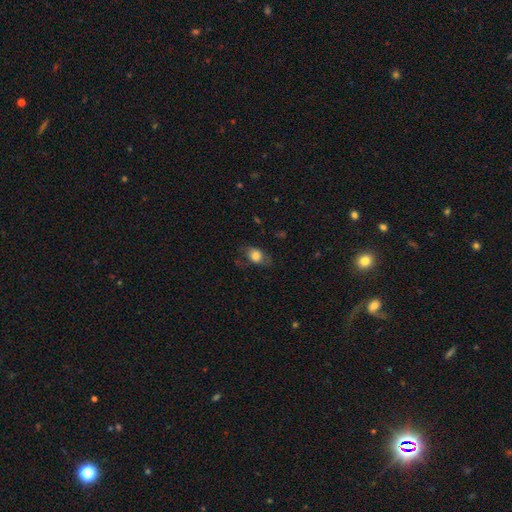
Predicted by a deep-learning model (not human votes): This appears to be a smooth galaxy with no disk features (74%) that is in between round and cigar-shaped (71%). Merging: none (63%).